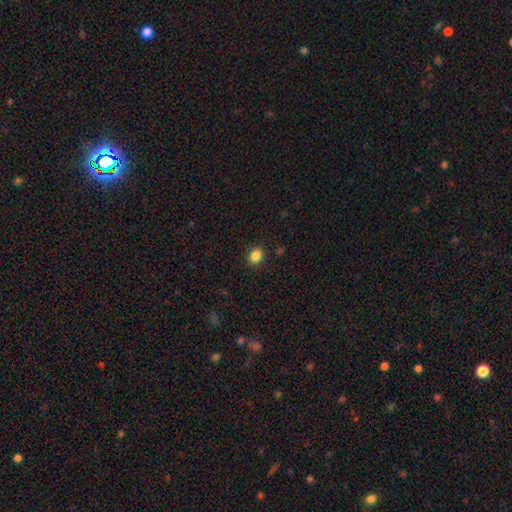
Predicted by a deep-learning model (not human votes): Smooth or featured: smooth — 84% (star or artifact — 11%)
How rounded: round — 54% (in between — 45%)
Merging: none — 89% (minor disturbance — 8%)